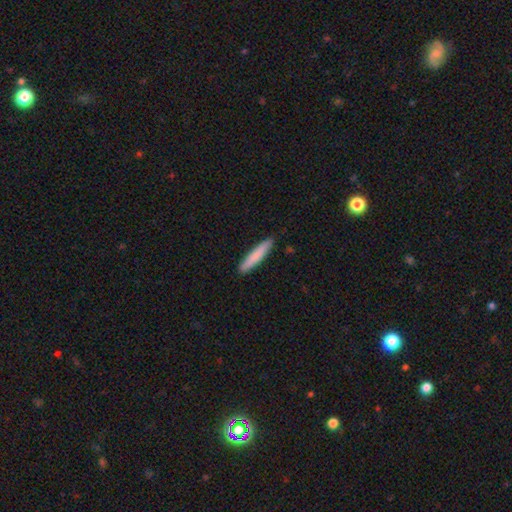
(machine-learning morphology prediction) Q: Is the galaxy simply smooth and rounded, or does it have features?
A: smooth — 81%.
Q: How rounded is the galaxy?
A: cigar-shaped — 92%.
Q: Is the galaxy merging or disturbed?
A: none — 90%.